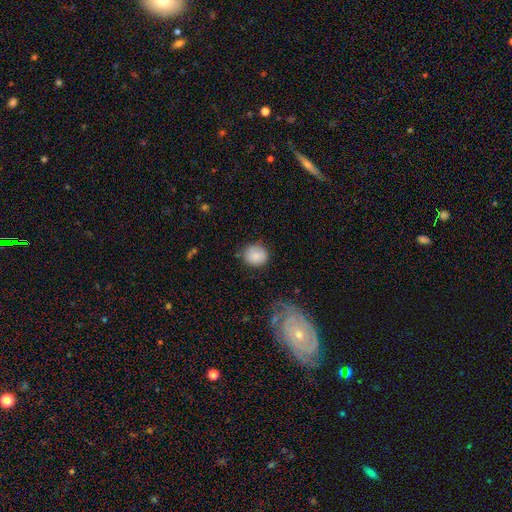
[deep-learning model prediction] Overall: smooth (84%). How rounded: round (82%). Merging: none (80%).